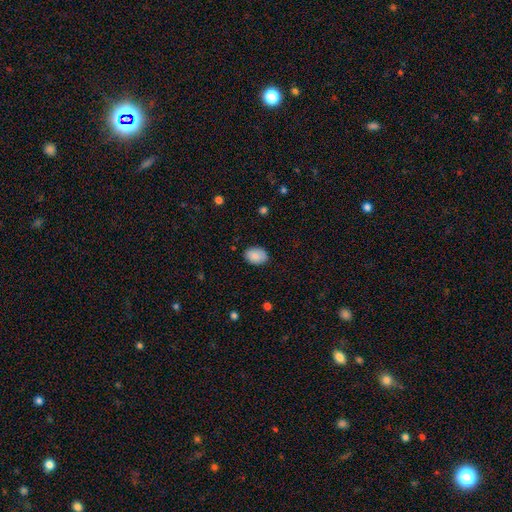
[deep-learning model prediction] The model was most divided on "how rounded": in between: 83%, round: 16%, cigar-shaped: 1%. More confident: smooth or featured — smooth (87%); merging — none (84%).